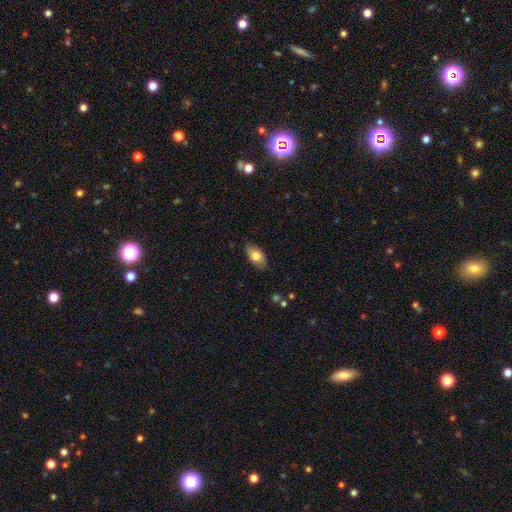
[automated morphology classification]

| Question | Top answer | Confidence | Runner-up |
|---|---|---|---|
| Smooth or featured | smooth | 76% | featured or disk (17%) |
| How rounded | in between | 92% | round (6%) |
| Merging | none | 81% | minor disturbance (15%) |